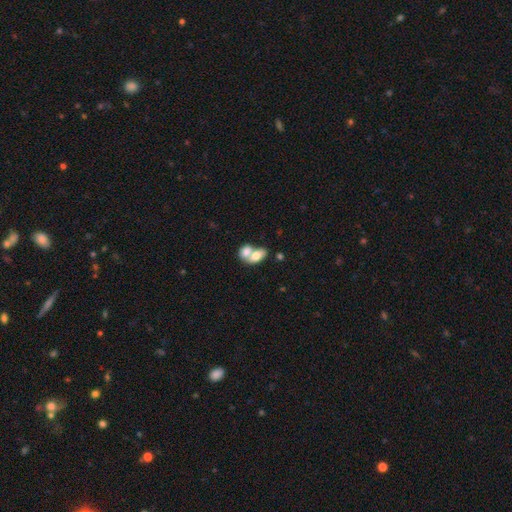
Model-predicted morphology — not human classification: type=smooth (71%); roundness=in between (85%); merging=merger (74%).